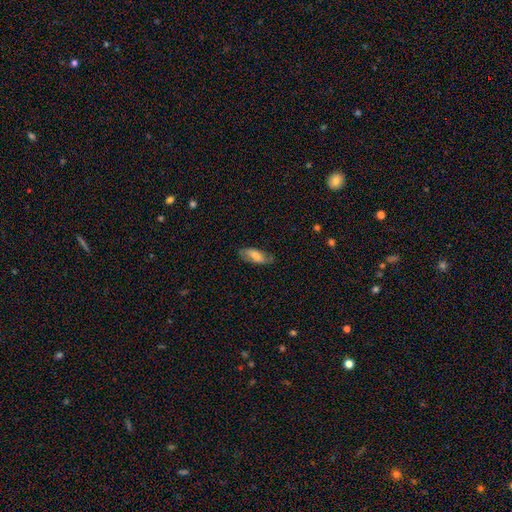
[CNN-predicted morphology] Q: Smooth or featured?
A: smooth (62%); runner-up: featured or disk (31%)
Q: How rounded?
A: in between (78%); runner-up: cigar-shaped (20%)
Q: Merging?
A: none (76%); runner-up: minor disturbance (18%)